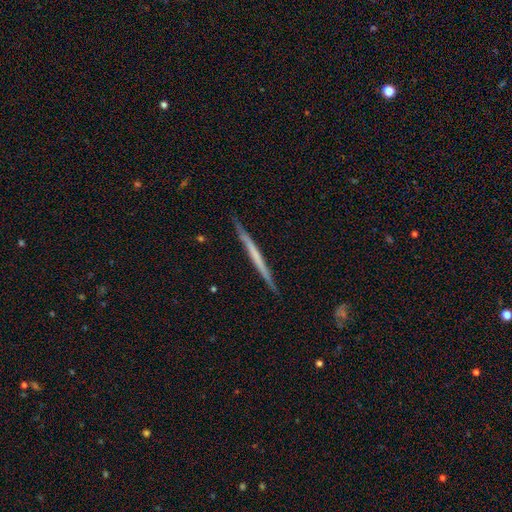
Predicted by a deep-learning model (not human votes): Smooth or featured? Predicted: featured or disk (p=0.56). Edge-on disk? Predicted: yes (p=0.97). Edge-on bulge? Predicted: none (p=0.91). Merging? Predicted: none (p=0.90).